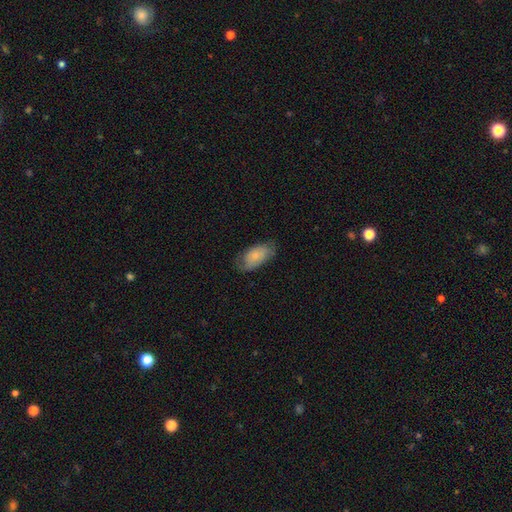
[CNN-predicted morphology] Overall: smooth (68%). How rounded: in between (93%). Merging: none (64%; minor disturbance 26%).